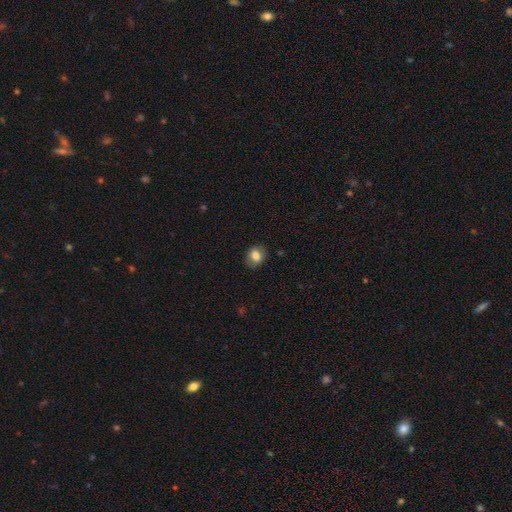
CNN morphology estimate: This appears to be a smooth galaxy with no disk features (79%) that is round (60%). Merging: none (85%).